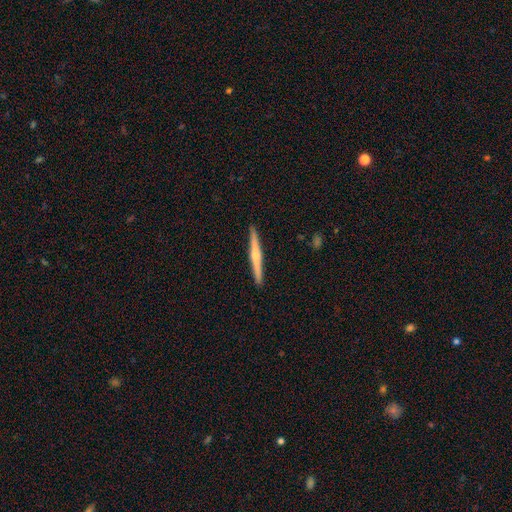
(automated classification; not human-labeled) A featured or disk galaxy (62%) viewed edge-on (98%) with a rounded central bulge (76%).

Vote fractions:
- Smooth or featured? featured or disk: 62% / smooth: 32% / star or artifact: 5%
- Edge-on disk? yes: 98% / no: 2%
- Edge-on bulge? rounded: 76% / none: 18% / boxy: 6%
- Merging? none: 93% / minor disturbance: 5% / major disturbance: 1% / merger: 1%